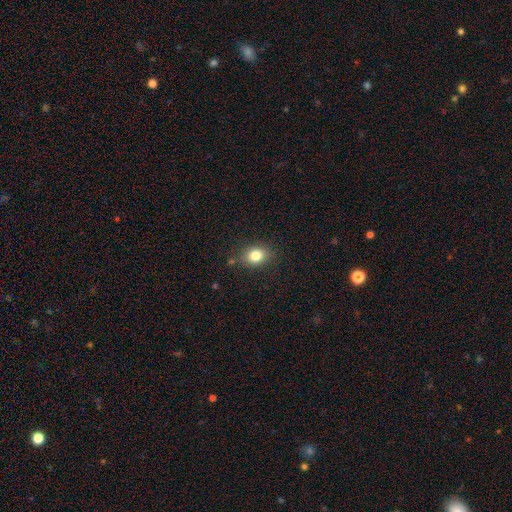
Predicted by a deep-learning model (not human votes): This appears to be a smooth galaxy with no disk features (82%) that is in between round and cigar-shaped (55%). Merging: none (80%).